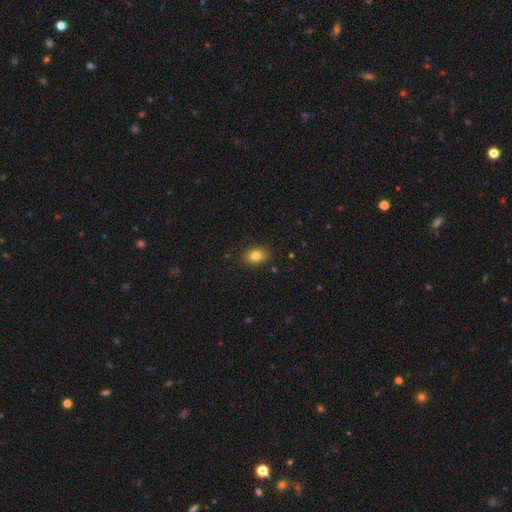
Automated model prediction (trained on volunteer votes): Smooth or featured: smooth — 82% (star or artifact — 10%)
How rounded: in between — 71% (round — 27%)
Merging: none — 85% (minor disturbance — 11%)